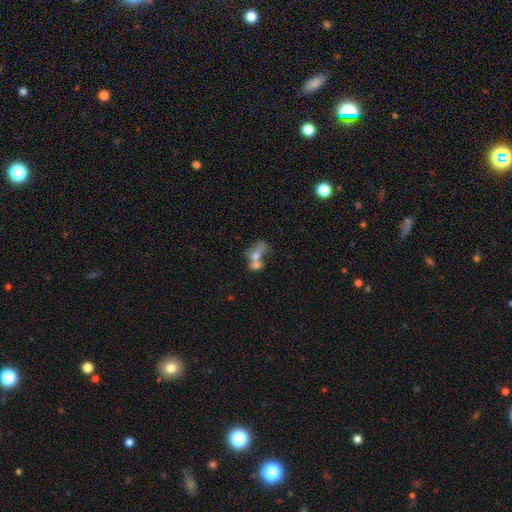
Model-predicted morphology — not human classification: A smooth galaxy with no disk features (55%) that is in between round and cigar-shaped (67%).

Vote fractions:
- Smooth or featured? smooth: 55% / featured or disk: 33% / star or artifact: 12%
- How rounded? in between: 67% / round: 24% / cigar-shaped: 9%
- Merging? merger: 67% / none: 15% / major disturbance: 10% / minor disturbance: 7%